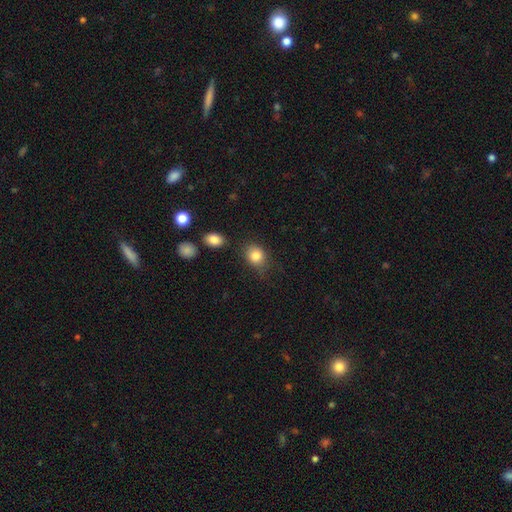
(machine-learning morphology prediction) type=smooth (83%); roundness=round (51%); merging=none (70%).